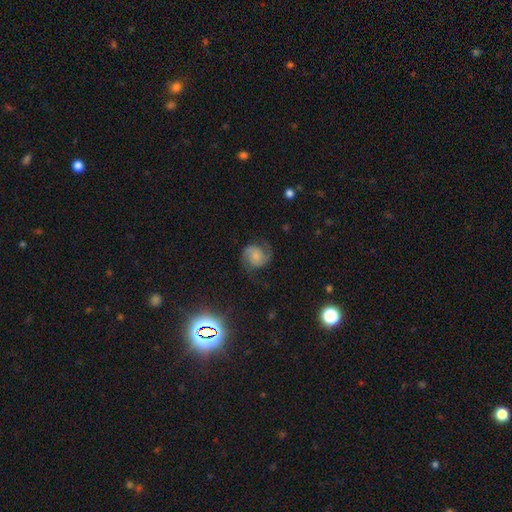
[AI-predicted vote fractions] Smooth or featured? Predicted: featured or disk (p=0.80). Edge-on disk? Predicted: no (p=0.98). Bar? Predicted: no (p=0.64). Spiral arms? Predicted: yes (p=0.97). Spiral winding? Predicted: medium (p=0.52). Spiral arm count? Predicted: 2 (p=0.91). Bulge size? Predicted: small (p=0.39). Merging? Predicted: none (p=0.75).